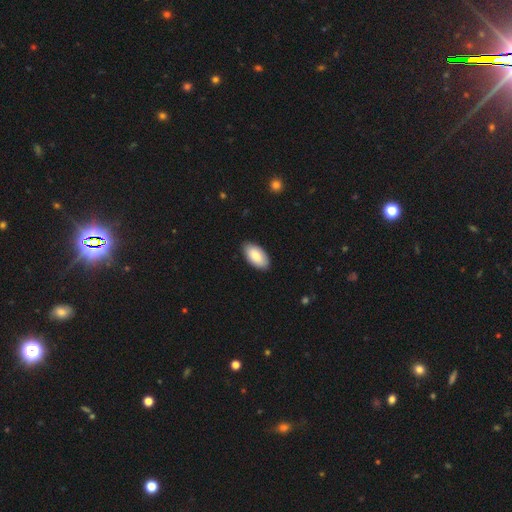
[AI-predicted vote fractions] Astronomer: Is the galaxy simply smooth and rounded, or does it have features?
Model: smooth — 84%.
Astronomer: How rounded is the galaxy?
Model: in between — 96%.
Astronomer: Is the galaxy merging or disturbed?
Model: none — 87%.